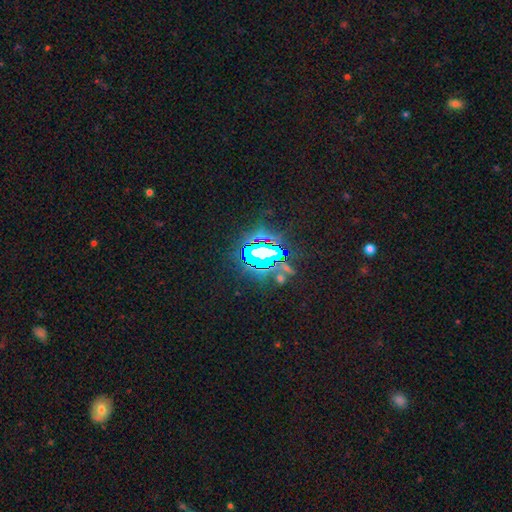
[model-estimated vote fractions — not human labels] This is likely a star or artifact rather than a galaxy (75%).